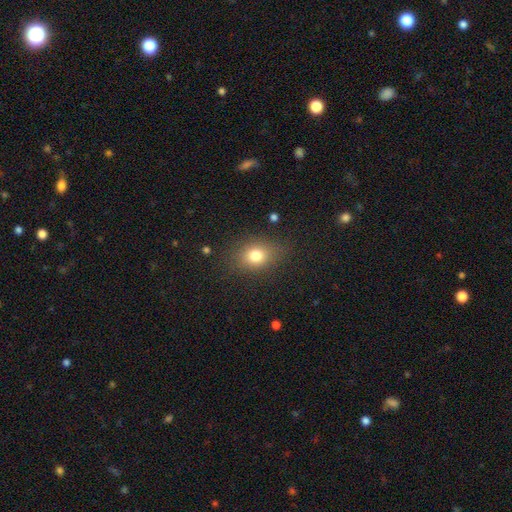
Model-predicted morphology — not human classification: smooth-or-featured: smooth: 78% | star or artifact: 12% | featured or disk: 10%
  how-rounded: in between: 51% | round: 48% | cigar-shaped: 1%
  merging: none: 80% | minor disturbance: 13% | major disturbance: 5% | merger: 1%